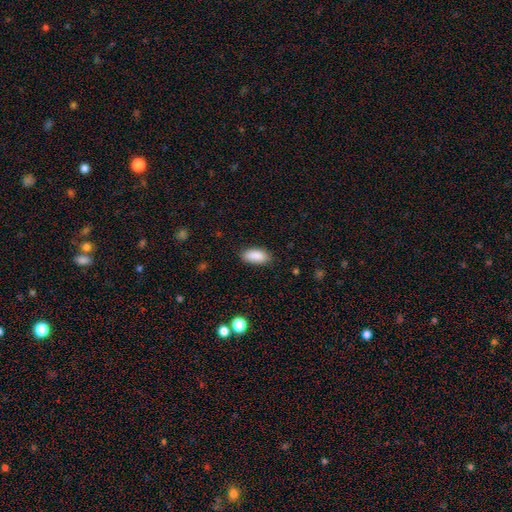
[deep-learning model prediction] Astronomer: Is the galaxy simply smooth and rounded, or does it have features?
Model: smooth — 89%.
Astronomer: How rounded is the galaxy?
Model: in between — 90%.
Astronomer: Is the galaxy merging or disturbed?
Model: none — 86%.